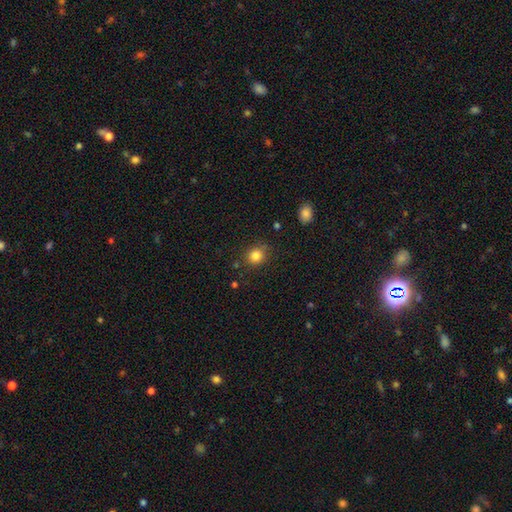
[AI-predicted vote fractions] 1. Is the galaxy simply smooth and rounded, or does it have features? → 83% smooth, 12% star or artifact, 5% featured or disk.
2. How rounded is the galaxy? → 82% round, 17% in between, 1% cigar-shaped.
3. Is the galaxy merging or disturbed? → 81% none, 13% minor disturbance, 3% major disturbance, 3% merger.